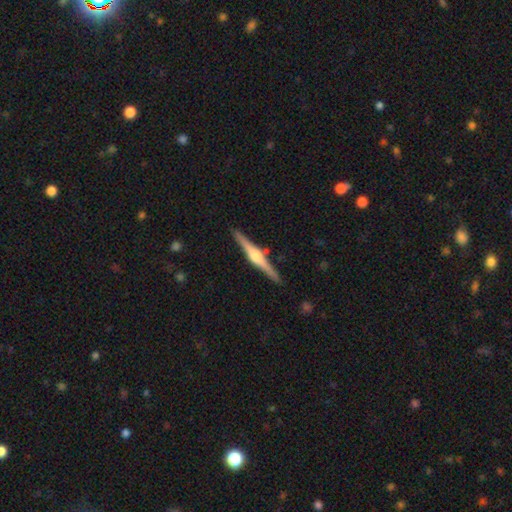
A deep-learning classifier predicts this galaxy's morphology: A featured or disk galaxy (81%) viewed edge-on (98%) with a rounded central bulge (89%).

Vote fractions:
- Smooth or featured? featured or disk: 81% / smooth: 14% / star or artifact: 5%
- Edge-on disk? yes: 98% / no: 2%
- Edge-on bulge? rounded: 89% / boxy: 8% / none: 3%
- Merging? none: 90% / minor disturbance: 7% / merger: 2% / major disturbance: 1%